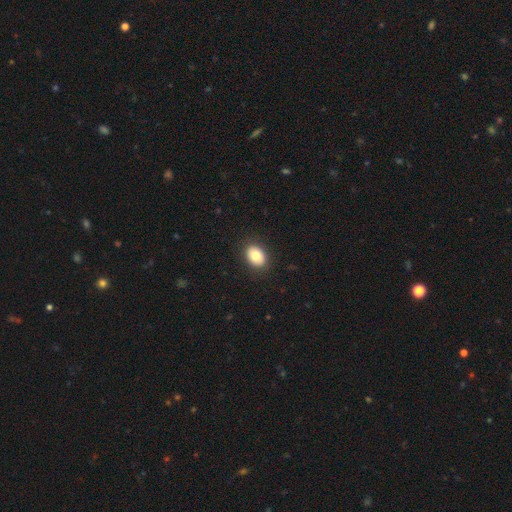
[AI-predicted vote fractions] This appears to be a smooth galaxy with no disk features (82%) that is in between round and cigar-shaped (71%). Merging: none (89%).